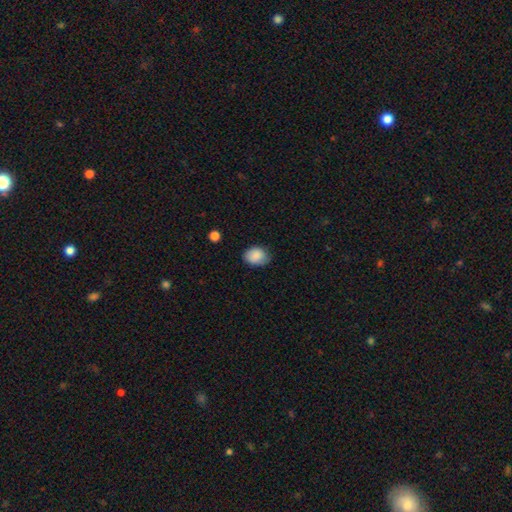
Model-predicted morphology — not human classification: This is clearly a smooth galaxy (88%). How rounded: likely in between (61%). Merging: likely none (73%).